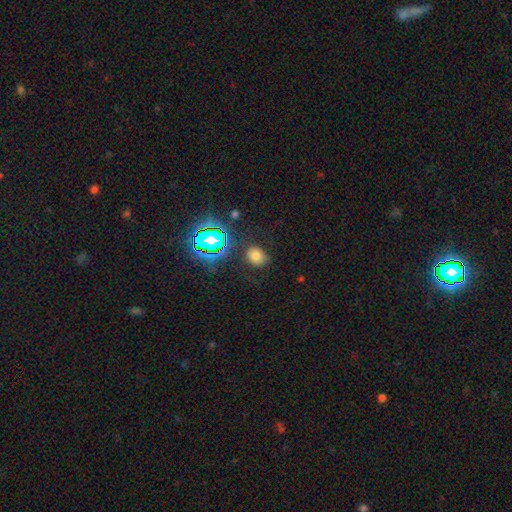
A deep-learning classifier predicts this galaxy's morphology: Smooth or featured?
  - smooth: 69% *
  - star or artifact: 22%
  - featured or disk: 9%
How rounded?
  - in between: 51% *
  - round: 48%
  - cigar-shaped: 1%
Merging?
  - none: 77% *
  - minor disturbance: 15%
  - major disturbance: 5%
  - merger: 3%